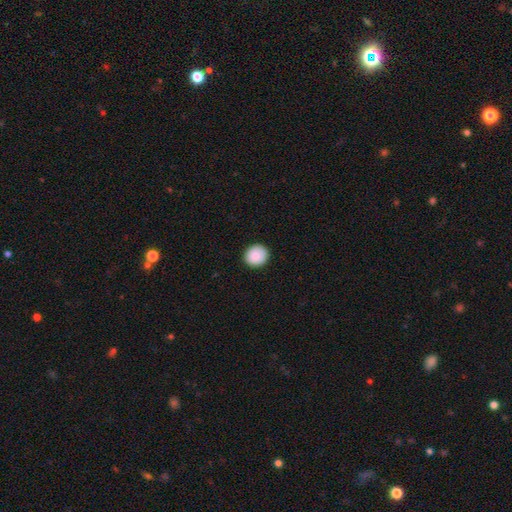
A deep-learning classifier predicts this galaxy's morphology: Smooth or featured: smooth — 87% (star or artifact — 8%)
How rounded: round — 87% (in between — 12%)
Merging: none — 91% (minor disturbance — 7%)